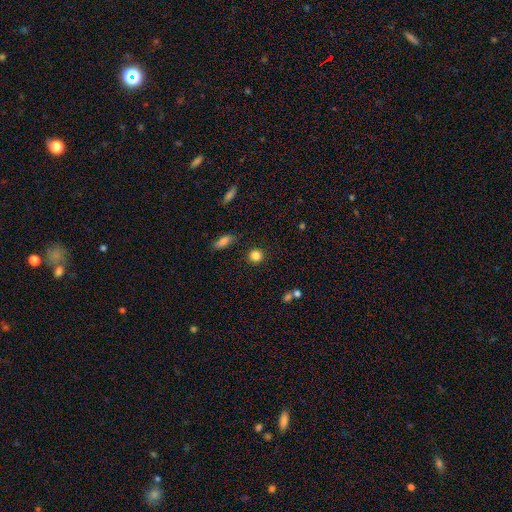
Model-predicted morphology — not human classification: A smooth galaxy with no disk features (85%) that is round (91%). Merging: none (89%).